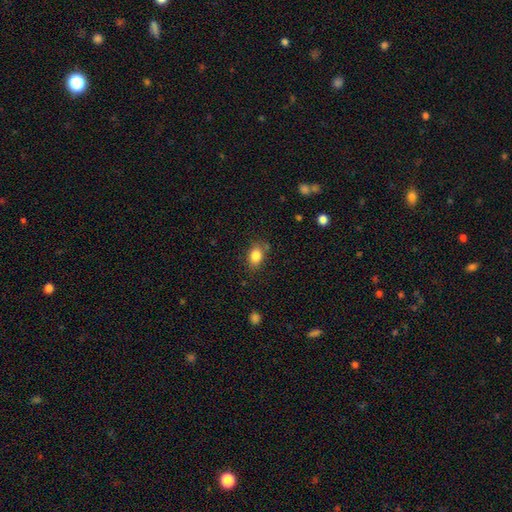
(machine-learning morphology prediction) This is clearly a smooth galaxy (84%). How rounded: likely in between (73%). Merging: likely none (76%).